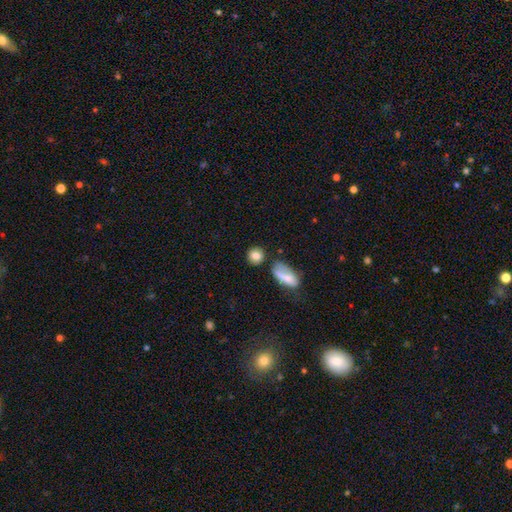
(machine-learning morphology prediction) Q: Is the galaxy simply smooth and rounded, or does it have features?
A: smooth — 82%.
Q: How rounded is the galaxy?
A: round — 75%.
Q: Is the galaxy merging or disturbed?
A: none — 71%.